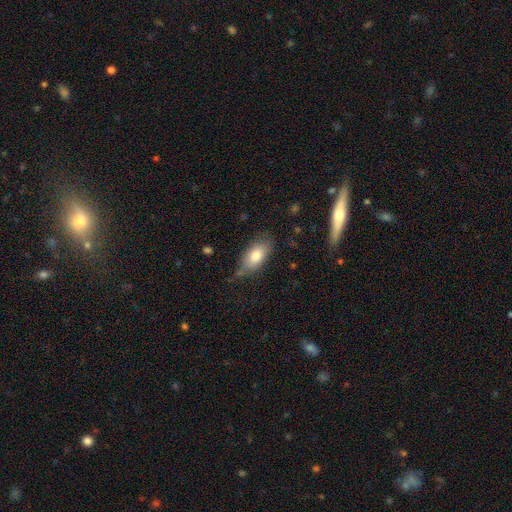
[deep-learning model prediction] This is likely a smooth galaxy (79%). How rounded: clearly in between (90%). Merging: likely none (69%).